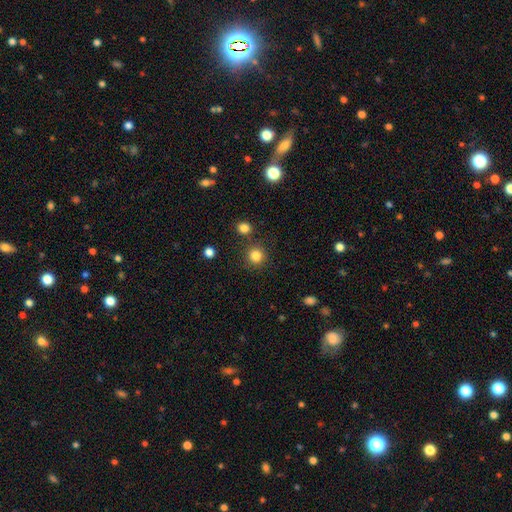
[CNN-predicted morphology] Smooth or featured? Predicted: smooth (p=0.83). How rounded? Predicted: round (p=0.93). Merging? Predicted: none (p=0.83).